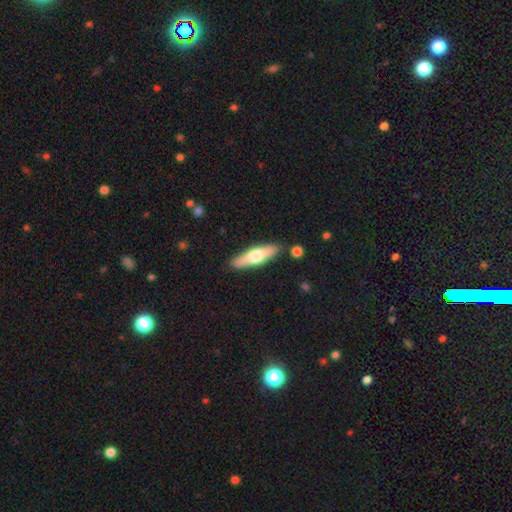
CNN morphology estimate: Overall: smooth (49%; featured or disk 46%). Merging: none (86%).